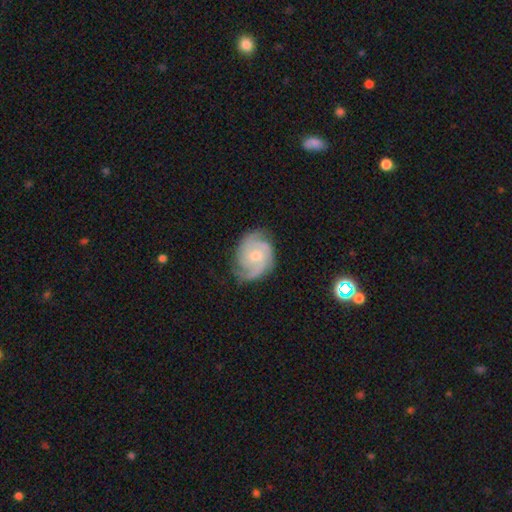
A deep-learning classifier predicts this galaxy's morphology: Overall: featured or disk (87%). Edge-on disk: no (98%). Bar: no (66%; weak 30%). Spiral arms: yes (98%). Spiral arm count: 3 (42%; 2 27%). Spiral winding: tight (56%; medium 36%). Bulge size: small (52%; moderate 44%). Merging: none (75%).